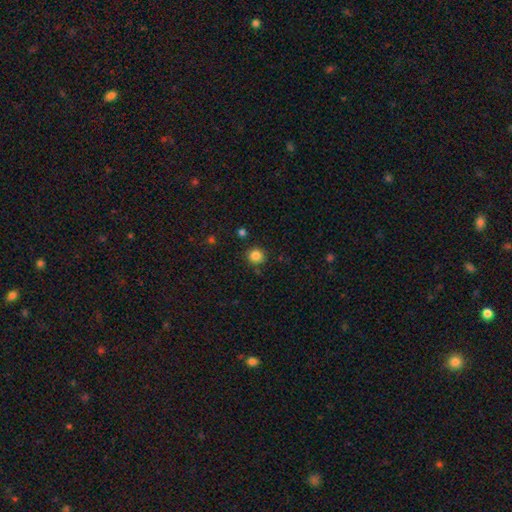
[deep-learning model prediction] This is clearly a smooth galaxy (84%). How rounded: clearly round (93%). Merging: clearly none (87%).